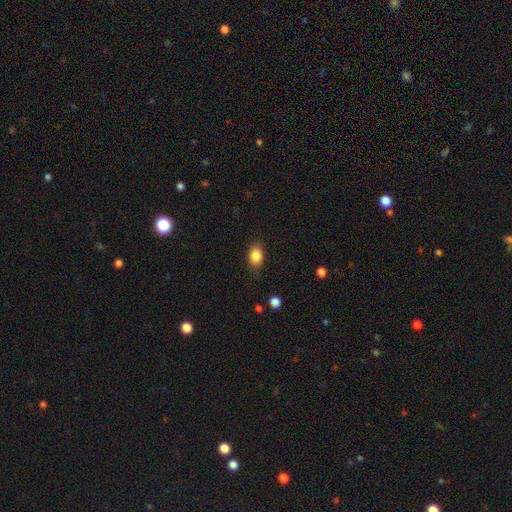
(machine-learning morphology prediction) This is clearly a smooth galaxy (86%). How rounded: likely in between (75%). Merging: clearly none (83%).